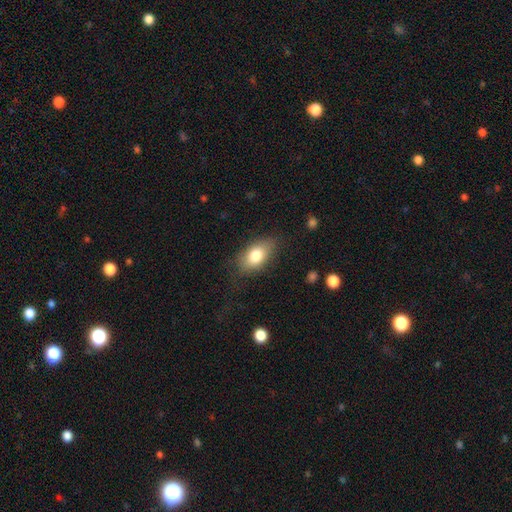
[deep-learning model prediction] smooth 79%, featured or disk 14%, star or artifact 8%. Down the decision tree: how rounded — in between (89%); merging — none (75%).